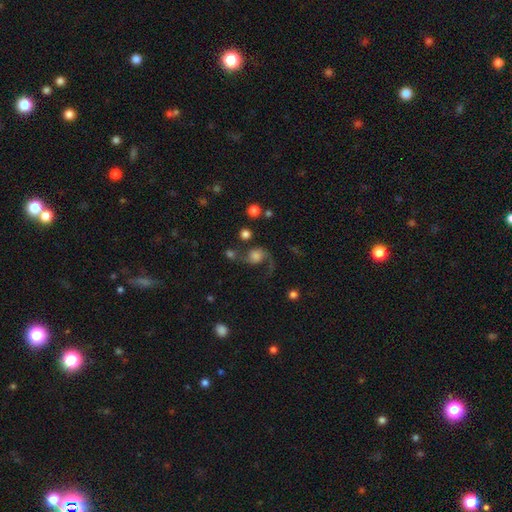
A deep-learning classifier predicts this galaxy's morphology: Smooth or featured?
  - featured or disk: 64% *
  - smooth: 25%
  - star or artifact: 10%
Edge-on disk?
  - no: 97% *
  - yes: 3%
Bar?
  - no: 72% *
  - weak: 23%
  - strong: 4%
Spiral arms?
  - yes: 93% *
  - no: 7%
Spiral winding?
  - loose: 75% *
  - medium: 21%
  - tight: 4%
Spiral arm count?
  - 2: 71% *
  - 1: 24%
  - can't tell: 2%
  - 3: 1%
  - 4: 1%
  - more than 4: 1%
Bulge size?
  - large: 33% *
  - moderate: 22%
  - none: 19%
  - small: 14%
  - dominant: 13%
Merging?
  - none: 48% *
  - major disturbance: 24%
  - minor disturbance: 16%
  - merger: 12%